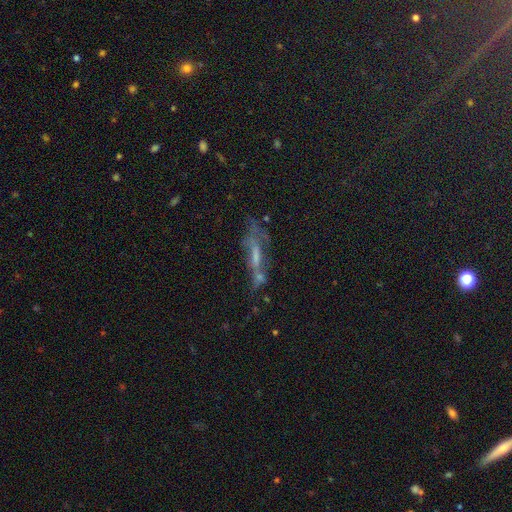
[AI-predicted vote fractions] A featured or disk galaxy (52%). Merging: none (33%).